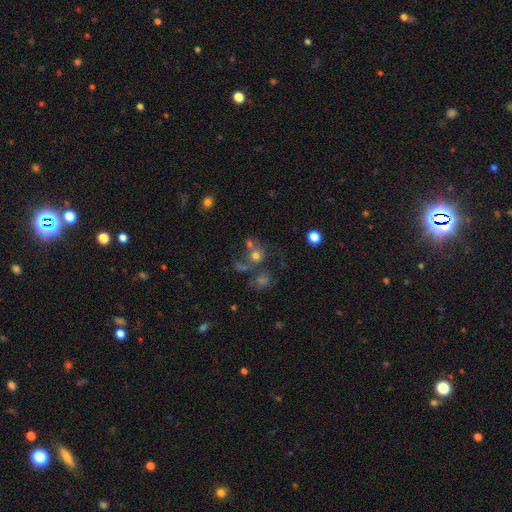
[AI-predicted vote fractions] This is possibly a smooth galaxy (60%). How rounded: clearly round (83%). Merging: possibly none (45%).